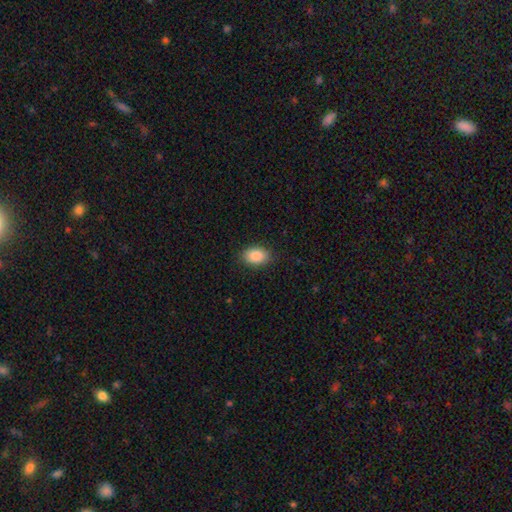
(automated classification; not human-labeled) Morphology: type=smooth (88%); roundness=in between (86%); merging=none (87%).